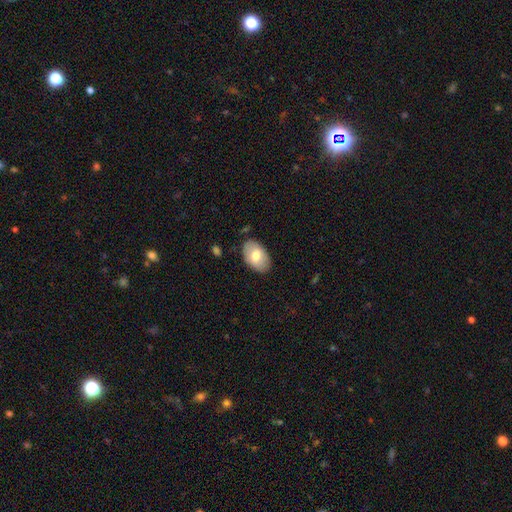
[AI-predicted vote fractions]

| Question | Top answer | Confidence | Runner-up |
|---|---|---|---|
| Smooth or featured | smooth | 72% | featured or disk (22%) |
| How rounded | in between | 92% | round (7%) |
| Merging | none | 83% | minor disturbance (13%) |